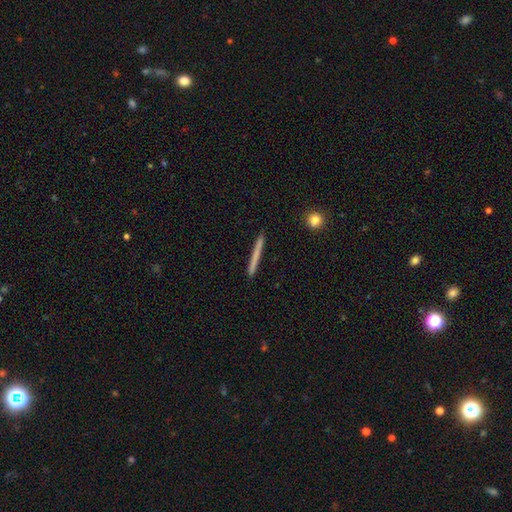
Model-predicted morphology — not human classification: The model was most divided on "smooth or featured": smooth: 63%, featured or disk: 31%, star or artifact: 6%. More confident: how rounded — cigar-shaped (97%); merging — none (91%).